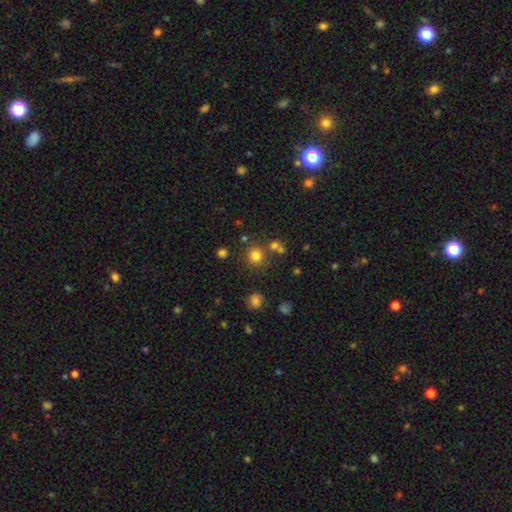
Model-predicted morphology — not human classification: A smooth galaxy with no disk features (78%) that is round (91%).

Vote fractions:
- Smooth or featured? smooth: 78% / star or artifact: 16% / featured or disk: 6%
- How rounded? round: 91% / in between: 8% / cigar-shaped: 1%
- Merging? none: 78% / merger: 11% / minor disturbance: 8% / major disturbance: 3%